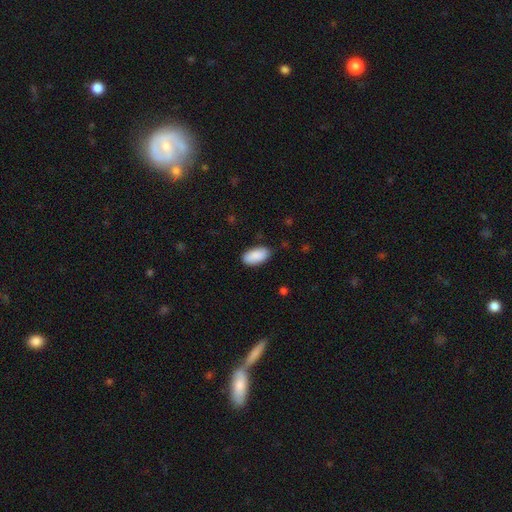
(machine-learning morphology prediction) Overall: smooth (89%). How rounded: in between (94%). Merging: none (85%).